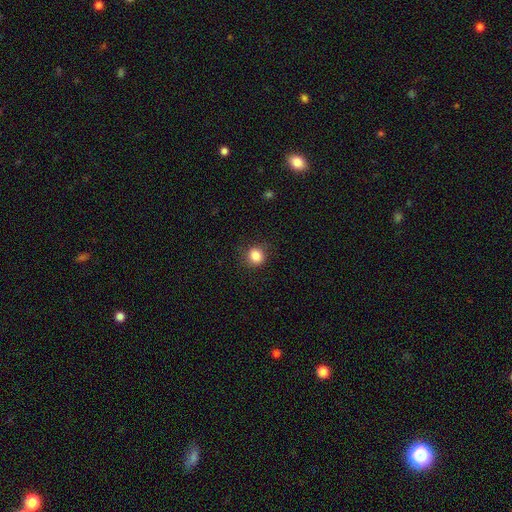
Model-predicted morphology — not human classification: A smooth galaxy with no disk features (85%) that is round (86%). Merging: none (86%).